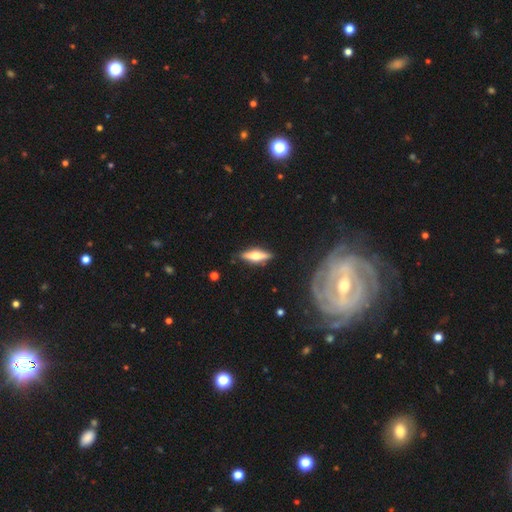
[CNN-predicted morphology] Q: Smooth or featured?
A: featured or disk (55%); runner-up: smooth (39%)
Q: Edge-on disk?
A: yes (92%); runner-up: no (8%)
Q: Edge-on bulge?
A: rounded (90%); runner-up: boxy (6%)
Q: Merging?
A: none (84%); runner-up: minor disturbance (11%)